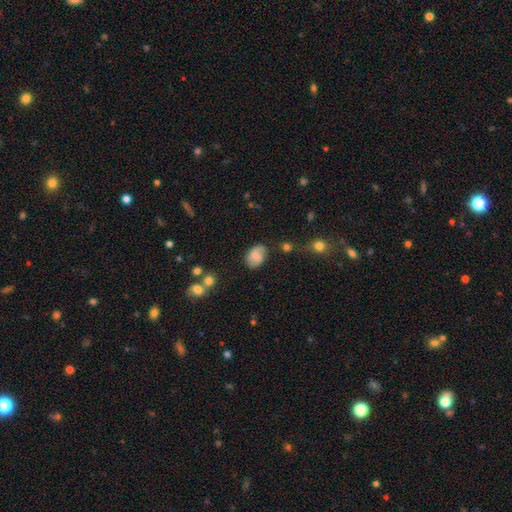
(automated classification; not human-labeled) This appears to be a smooth galaxy with no disk features (49%). Merging: none (69%).